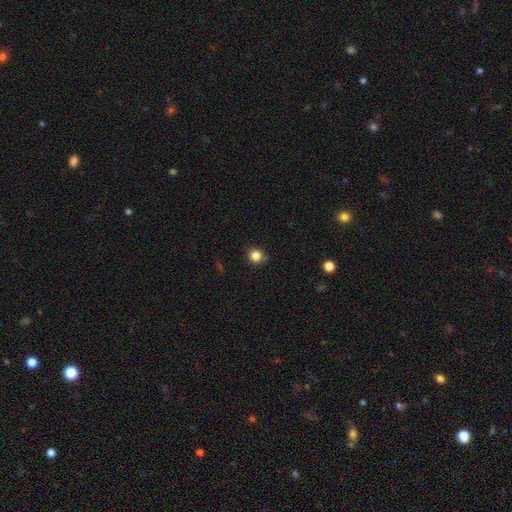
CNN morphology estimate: Smooth or featured?
  - smooth: 82% *
  - star or artifact: 12%
  - featured or disk: 5%
How rounded?
  - round: 91% *
  - in between: 8%
  - cigar-shaped: 1%
Merging?
  - none: 83% *
  - minor disturbance: 13%
  - major disturbance: 3%
  - merger: 2%